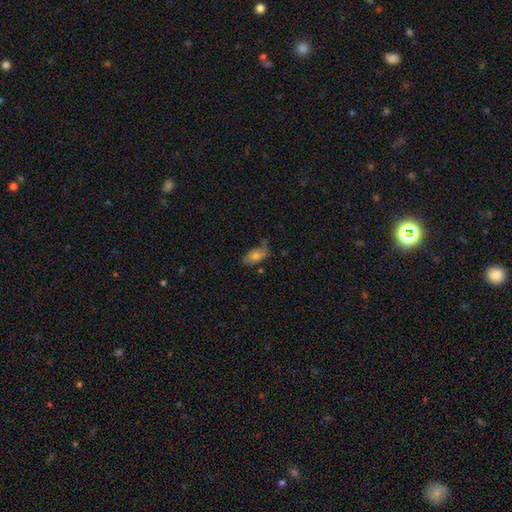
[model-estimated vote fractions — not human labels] smooth_or_featured: smooth (p=0.68) [alt: featured or disk p=0.22]
how_rounded: in between (p=0.88) [alt: round p=0.06]
merging: none (p=0.50) [alt: minor disturbance p=0.31]